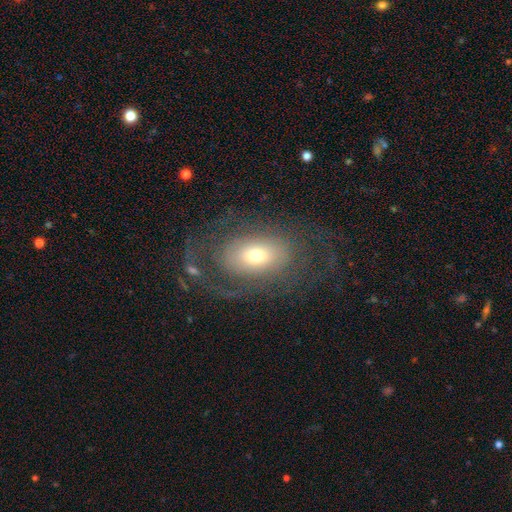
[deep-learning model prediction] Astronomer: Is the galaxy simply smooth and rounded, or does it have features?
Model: featured or disk — 60%.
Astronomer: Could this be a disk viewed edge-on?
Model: no — 94%.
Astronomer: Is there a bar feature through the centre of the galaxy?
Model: no — 77%.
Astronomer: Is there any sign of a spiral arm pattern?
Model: yes — 71%.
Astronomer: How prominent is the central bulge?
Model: moderate — 53% (runner-up: small, 35%).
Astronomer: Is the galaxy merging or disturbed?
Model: none — 59%.